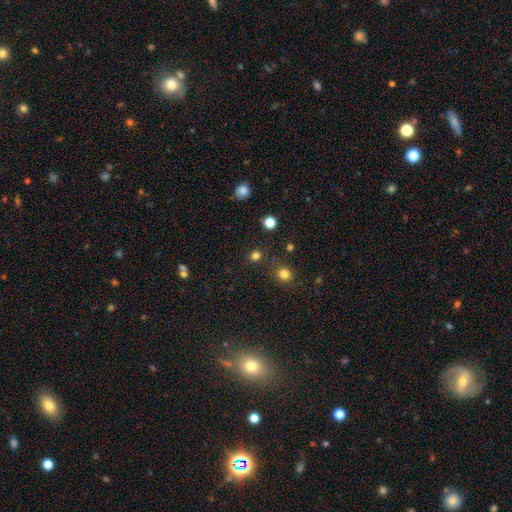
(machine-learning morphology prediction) The model was most divided on "smooth or featured": smooth: 76%, star or artifact: 20%, featured or disk: 4%. More confident: how rounded — round (89%); merging — none (84%).